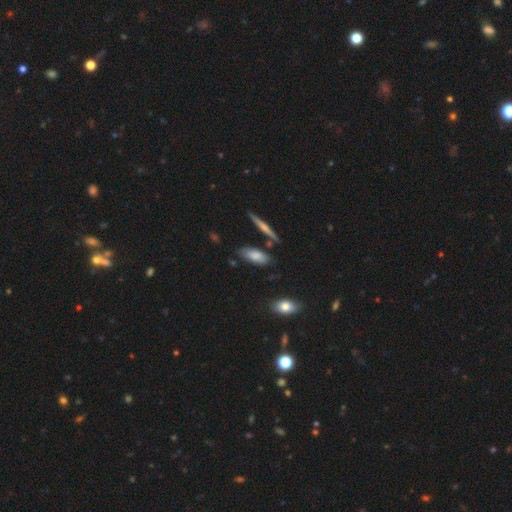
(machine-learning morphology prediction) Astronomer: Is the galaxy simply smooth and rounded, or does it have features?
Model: smooth — 74%.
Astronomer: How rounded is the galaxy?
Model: in between — 75%.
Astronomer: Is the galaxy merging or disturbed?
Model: none — 73%.